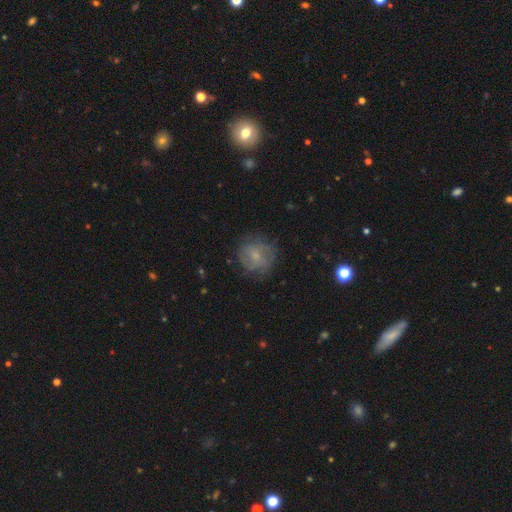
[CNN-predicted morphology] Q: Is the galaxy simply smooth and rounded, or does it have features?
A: smooth — 55%.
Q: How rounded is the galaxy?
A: round — 84%.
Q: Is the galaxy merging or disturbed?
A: none — 68%.